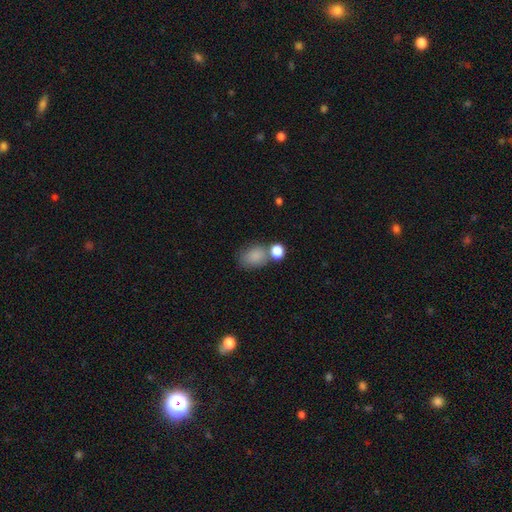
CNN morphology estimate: Smooth or featured: smooth — 84% (star or artifact — 10%)
How rounded: in between — 70% (round — 29%)
Merging: none — 53% (merger — 22%)